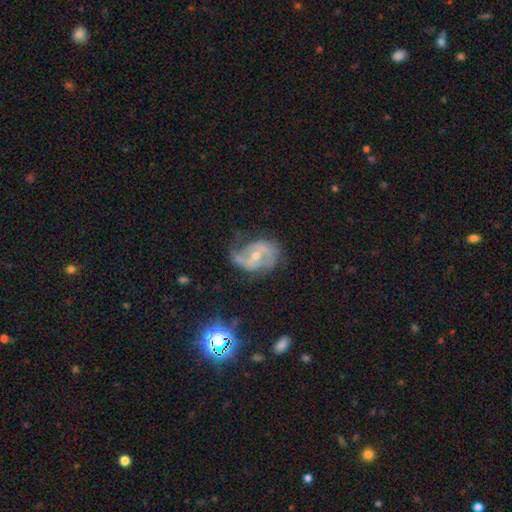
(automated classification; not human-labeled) Q: Smooth or featured?
A: featured or disk (75%); runner-up: smooth (16%)
Q: Edge-on disk?
A: no (96%); runner-up: yes (4%)
Q: Bar?
A: weak (42%); runner-up: no (31%)
Q: Spiral arms?
A: yes (76%); runner-up: no (24%)
Q: Spiral winding?
A: medium (42%); runner-up: tight (29%)
Q: Spiral arm count?
A: 2 (58%); runner-up: can't tell (23%)
Q: Bulge size?
A: moderate (50%); runner-up: small (46%)
Q: Merging?
A: none (46%); runner-up: minor disturbance (29%)